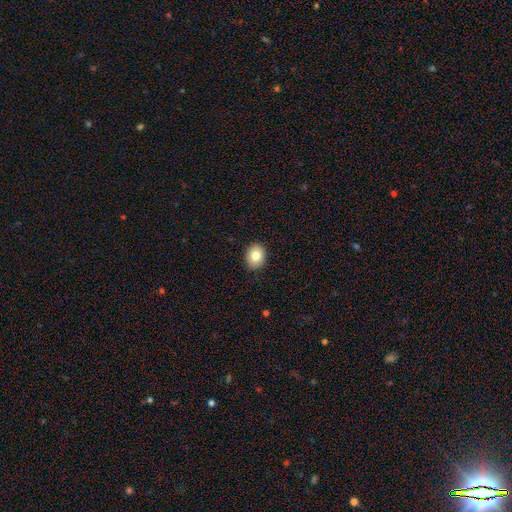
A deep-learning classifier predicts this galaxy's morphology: A smooth galaxy with no disk features (82%) that is round (53%).

Vote fractions:
- Smooth or featured? smooth: 82% / featured or disk: 9% / star or artifact: 9%
- How rounded? round: 53% / in between: 46% / cigar-shaped: 1%
- Merging? none: 90% / minor disturbance: 8% / major disturbance: 2% / merger: 1%